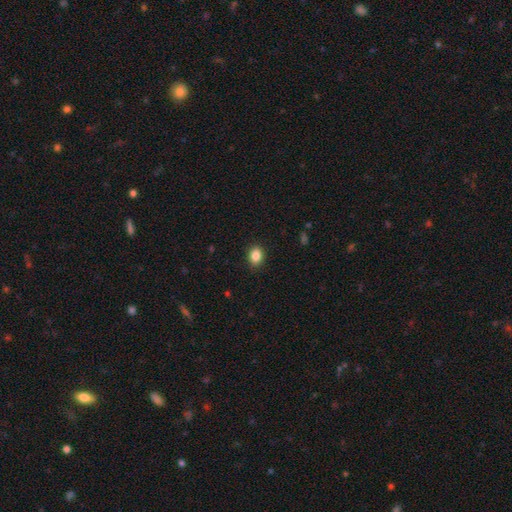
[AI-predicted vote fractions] This is clearly a smooth galaxy (87%). How rounded: likely in between (64%). Merging: clearly none (90%).